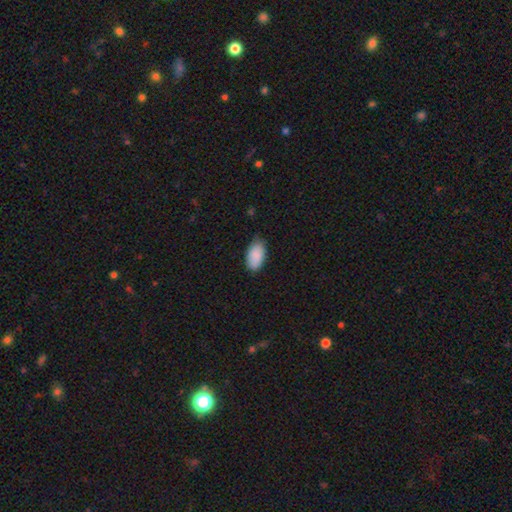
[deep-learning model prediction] Overall: smooth (89%). How rounded: in between (95%). Merging: none (75%).